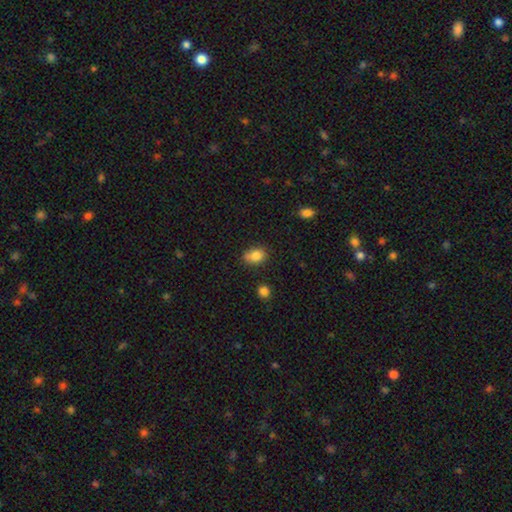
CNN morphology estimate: A smooth galaxy with no disk features (81%) that is in between round and cigar-shaped (65%). Merging: none (61%).